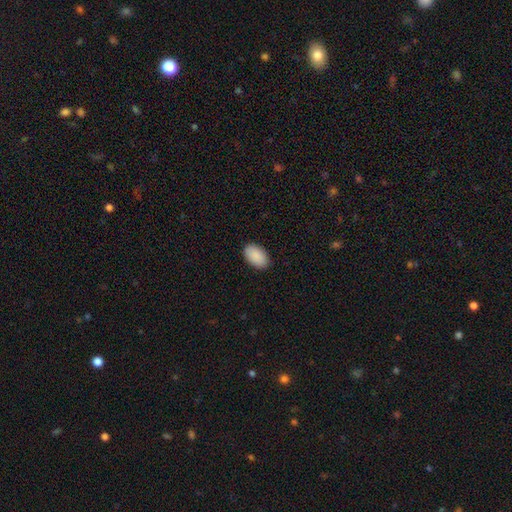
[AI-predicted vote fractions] smooth-or-featured: smooth: 91% | star or artifact: 6% | featured or disk: 3%
  how-rounded: in between: 94% | round: 5% | cigar-shaped: 1%
  merging: none: 89% | minor disturbance: 8% | major disturbance: 2% | merger: 1%